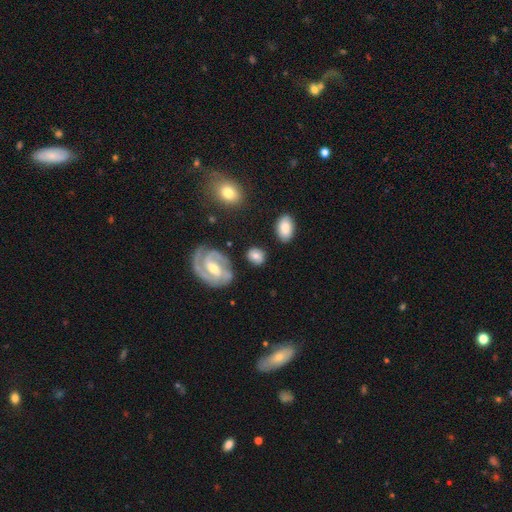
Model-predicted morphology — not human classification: smooth 60%, featured or disk 31%, star or artifact 8%. Down the decision tree: how rounded — round (57%); merging — none (77%).